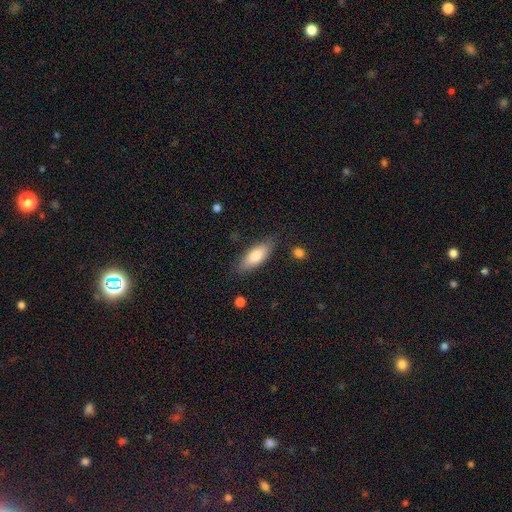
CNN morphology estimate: Overall: smooth (78%). How rounded: in between (68%; cigar-shaped 30%). Merging: none (81%).